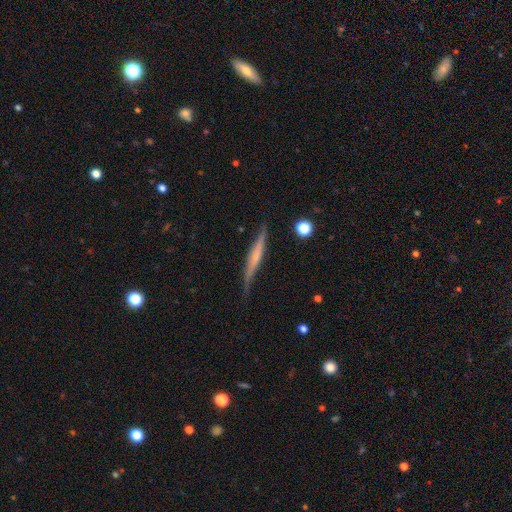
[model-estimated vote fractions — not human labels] The model was most divided on "edge-on bulge": none: 50%, rounded: 34%, boxy: 16%. More confident: edge-on disk — yes (96%); merging — none (79%); smooth or featured — featured or disk (60%).